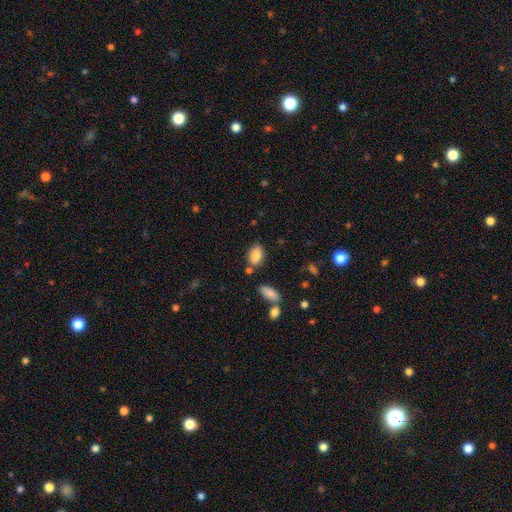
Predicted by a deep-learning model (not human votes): smooth-or-featured: smooth: 84% | featured or disk: 8% | star or artifact: 8%
  how-rounded: in between: 89% | round: 8% | cigar-shaped: 3%
  merging: none: 74% | minor disturbance: 14% | merger: 8% | major disturbance: 4%